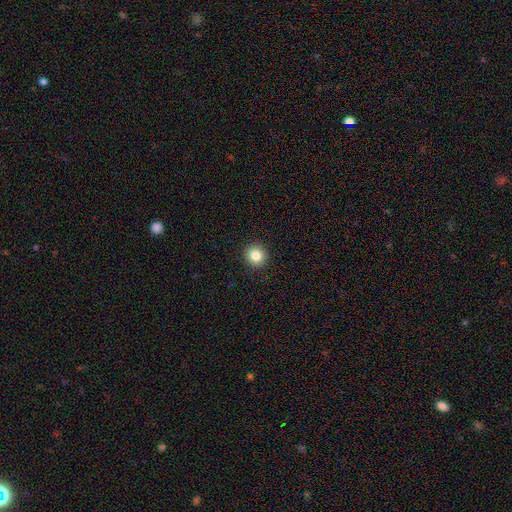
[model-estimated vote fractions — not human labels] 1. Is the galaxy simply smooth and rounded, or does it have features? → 84% smooth, 11% star or artifact, 6% featured or disk.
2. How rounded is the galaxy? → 94% round, 5% in between, 1% cigar-shaped.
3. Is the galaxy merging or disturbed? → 93% none, 5% minor disturbance, 2% major disturbance, 1% merger.